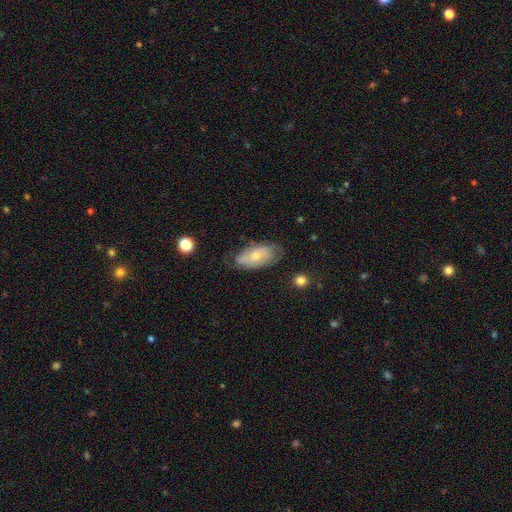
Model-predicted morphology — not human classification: A smooth galaxy with no disk features (53%) that is in between round and cigar-shaped (91%). Merging: none (66%).